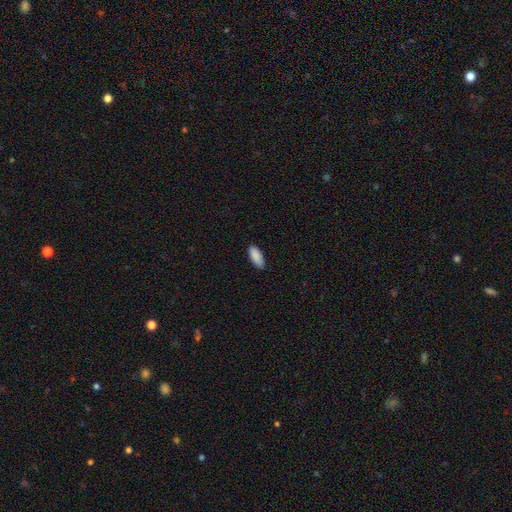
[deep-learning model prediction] Smooth or featured: smooth — 90% (star or artifact — 6%)
How rounded: in between — 84% (cigar-shaped — 15%)
Merging: none — 86% (minor disturbance — 11%)